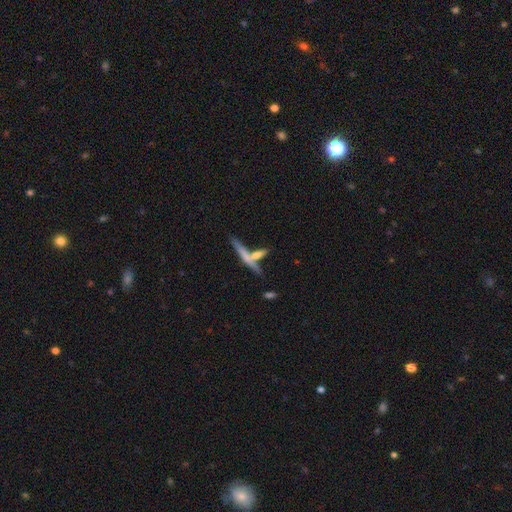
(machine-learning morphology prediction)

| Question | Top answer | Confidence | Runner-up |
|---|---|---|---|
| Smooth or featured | smooth | 52% | featured or disk (39%) |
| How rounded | cigar-shaped | 83% | in between (13%) |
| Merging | none | 50% | merger (35%) |